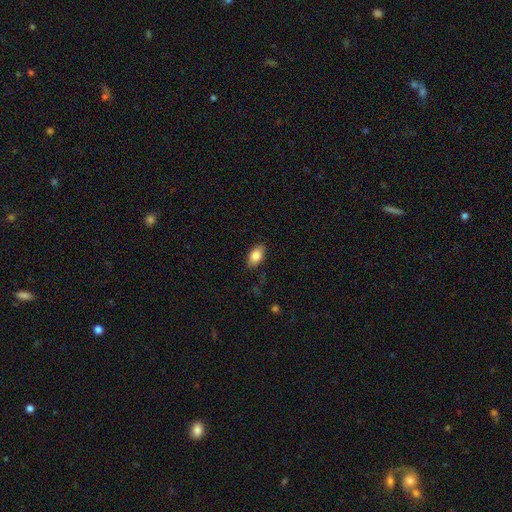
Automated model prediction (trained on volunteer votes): Overall: smooth (82%). How rounded: in between (89%). Merging: none (84%).